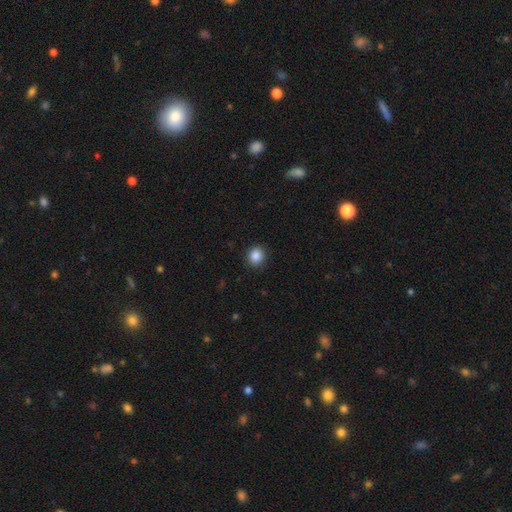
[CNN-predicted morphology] Q: Smooth or featured?
A: smooth (87%); runner-up: star or artifact (10%)
Q: How rounded?
A: round (84%); runner-up: in between (15%)
Q: Merging?
A: none (91%); runner-up: minor disturbance (6%)